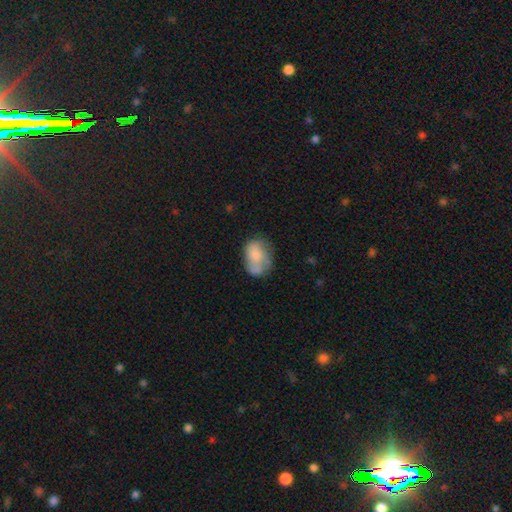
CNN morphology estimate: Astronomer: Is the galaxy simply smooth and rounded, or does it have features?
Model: smooth — 66%.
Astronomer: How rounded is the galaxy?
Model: in between — 74%.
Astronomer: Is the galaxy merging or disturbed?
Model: none — 42% (runner-up: minor disturbance, 31%).